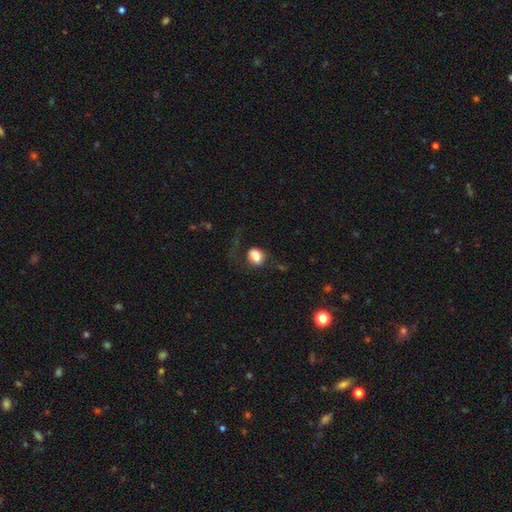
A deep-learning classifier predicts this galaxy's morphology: Q: Smooth or featured?
A: smooth (81%); runner-up: featured or disk (10%)
Q: How rounded?
A: in between (67%); runner-up: round (31%)
Q: Merging?
A: none (48%); runner-up: major disturbance (27%)